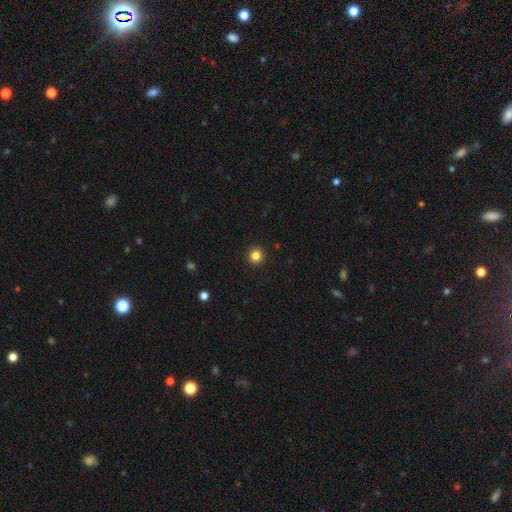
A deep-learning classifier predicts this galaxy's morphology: This appears to be a smooth galaxy with no disk features (84%) that is round (96%). Merging: none (94%).